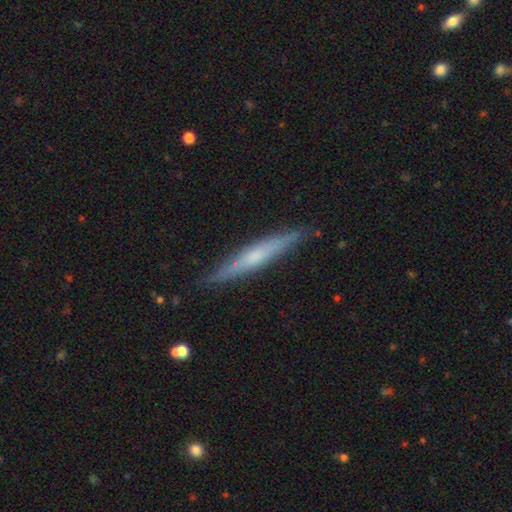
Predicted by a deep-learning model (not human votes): featured or disk 54%, smooth 40%, star or artifact 6%. Down the decision tree: edge-on disk — yes (95%); edge-on bulge — rounded (48%); merging — none (87%).